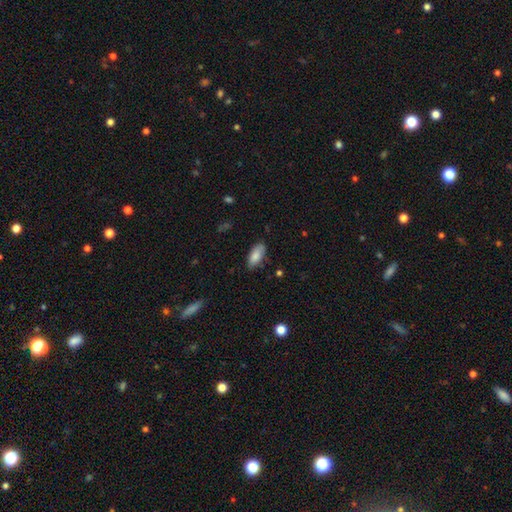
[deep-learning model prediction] Smooth or featured: smooth — 84% (featured or disk — 10%)
How rounded: in between — 86% (cigar-shaped — 12%)
Merging: none — 75% (minor disturbance — 20%)